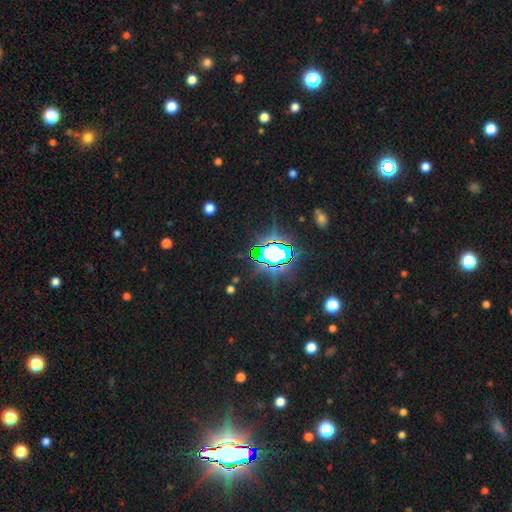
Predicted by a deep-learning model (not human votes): This appears to be a star or artifact, not a galaxy (80%).